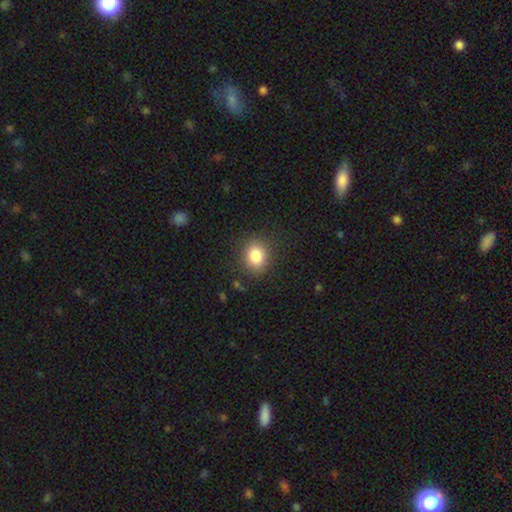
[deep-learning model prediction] Smooth or featured? Predicted: smooth (p=0.84). How rounded? Predicted: round (p=0.67). Merging? Predicted: none (p=0.85).